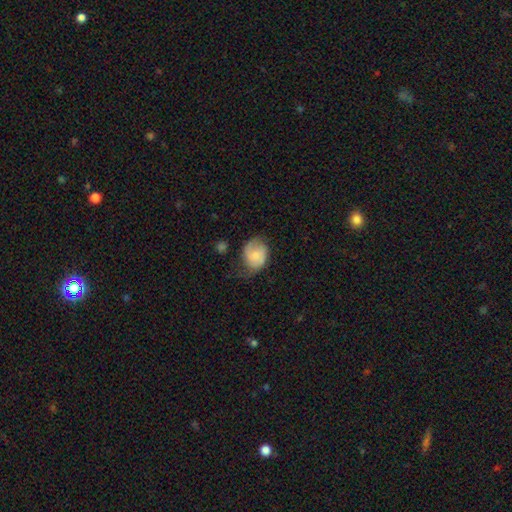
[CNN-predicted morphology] Smooth or featured? Predicted: smooth (p=0.51). How rounded? Predicted: round (p=0.53). Merging? Predicted: none (p=0.46).